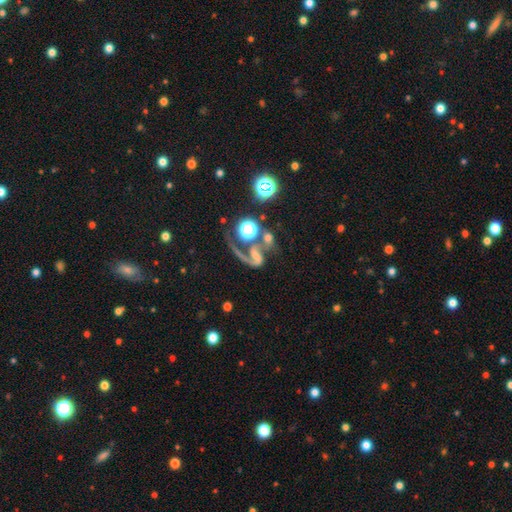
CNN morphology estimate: Overall: featured or disk (67%). Edge-on disk: no (97%). Bar: no (38%; weak 32%). Spiral arms: yes (88%). Spiral arm count: 2 (49%; 1 45%). Spiral winding: loose (58%; medium 33%). Bulge size: none (31%; small 29%). Merging: merger (34%; none 28%).